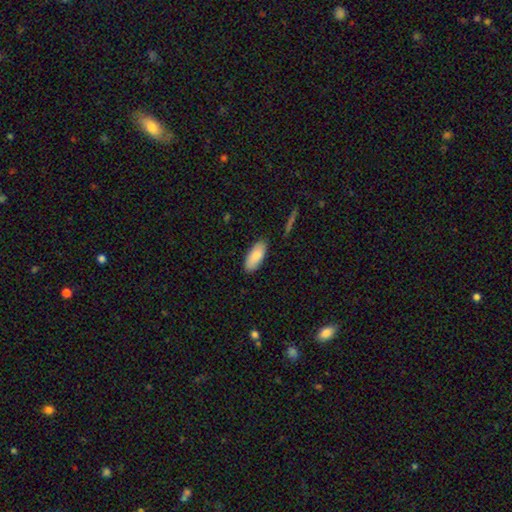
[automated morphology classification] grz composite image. It shows a smooth galaxy with no disk features (84%) that is in between round and cigar-shaped (86%). Merging: none (85%).